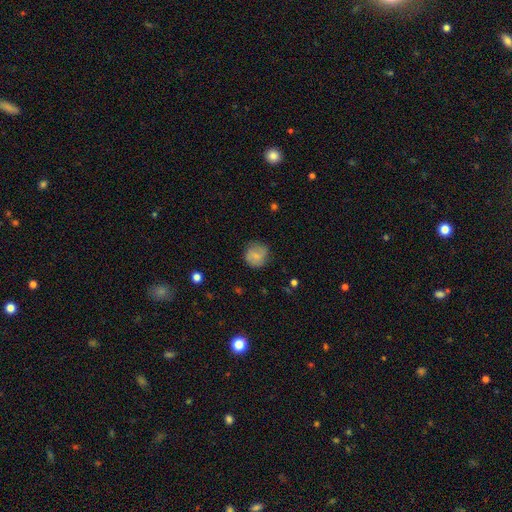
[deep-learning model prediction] A smooth galaxy with no disk features (68%) that is round (86%). Merging: none (74%).